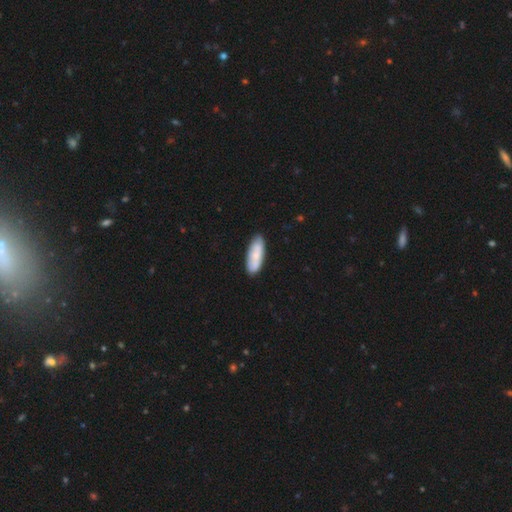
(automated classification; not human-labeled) smooth-or-featured: smooth: 69% | featured or disk: 25% | star or artifact: 6%
  how-rounded: in between: 69% | cigar-shaped: 30% | round: 2%
  merging: none: 81% | minor disturbance: 15% | major disturbance: 3% | merger: 2%